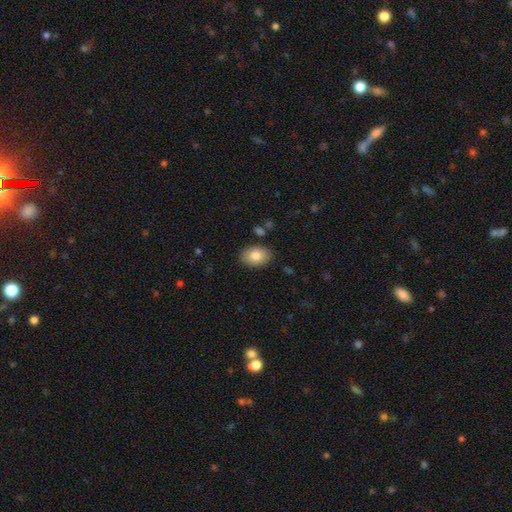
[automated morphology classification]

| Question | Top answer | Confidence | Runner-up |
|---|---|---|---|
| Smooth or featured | smooth | 84% | featured or disk (9%) |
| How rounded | in between | 83% | round (16%) |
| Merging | none | 87% | minor disturbance (9%) |